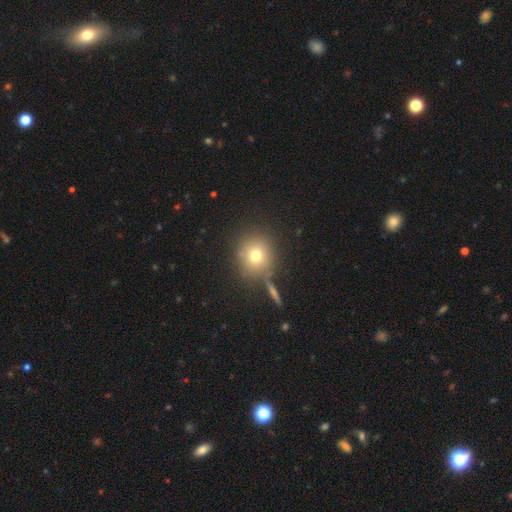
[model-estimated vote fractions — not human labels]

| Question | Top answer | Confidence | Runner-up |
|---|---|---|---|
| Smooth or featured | smooth | 72% | star or artifact (15%) |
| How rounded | round | 86% | in between (13%) |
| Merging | none | 77% | minor disturbance (10%) |